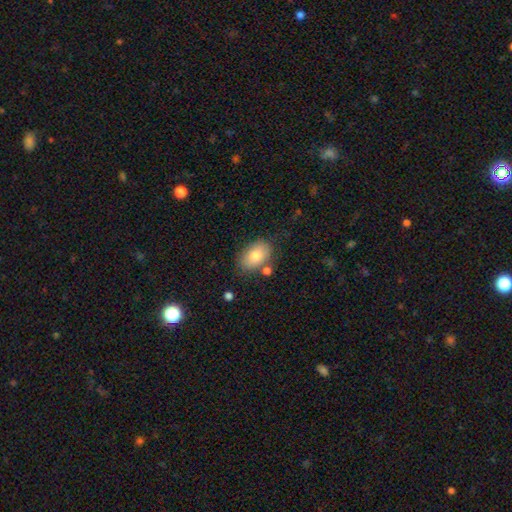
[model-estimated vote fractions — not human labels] Smooth or featured? Predicted: smooth (p=0.82). How rounded? Predicted: in between (p=0.88). Merging? Predicted: none (p=0.73).